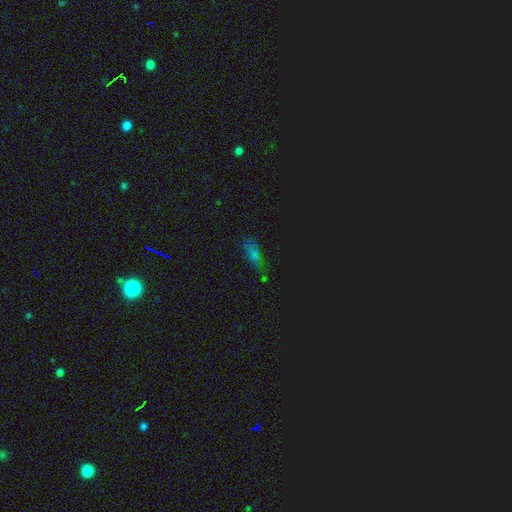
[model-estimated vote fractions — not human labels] smooth-or-featured: smooth: 45% | star or artifact: 44% | featured or disk: 12%
  merging: none: 66% | minor disturbance: 22% | major disturbance: 8% | merger: 5%